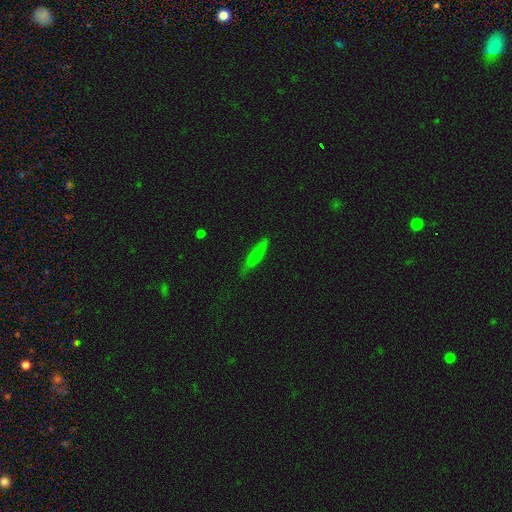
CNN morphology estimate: Smooth or featured? Predicted: smooth (p=0.72). How rounded? Predicted: cigar-shaped (p=0.80). Merging? Predicted: none (p=0.76).